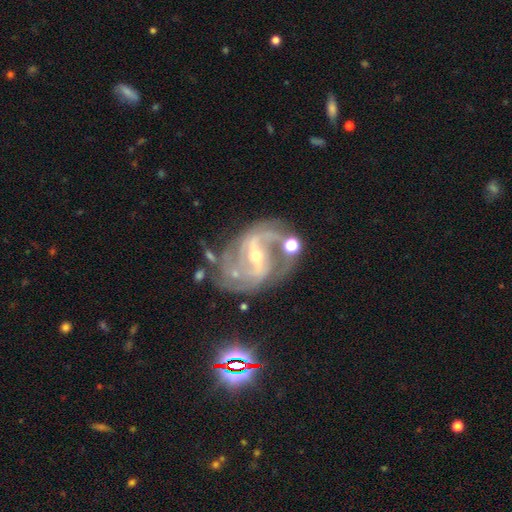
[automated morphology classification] type=featured or disk (89%); edge-on=no (97%); bar=strong (59%); spiral arms=yes (97%); winding=medium (53%); arm count=2 (72%); bulge=small (62%); merging=none (58%).